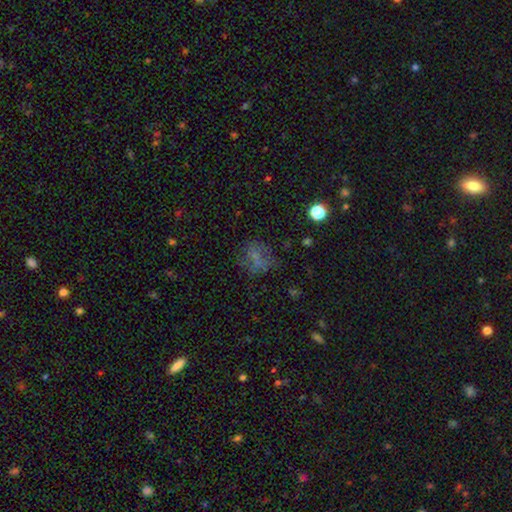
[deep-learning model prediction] Morphology: type=smooth (51%); roundness=round (62%); merging=none (57%).